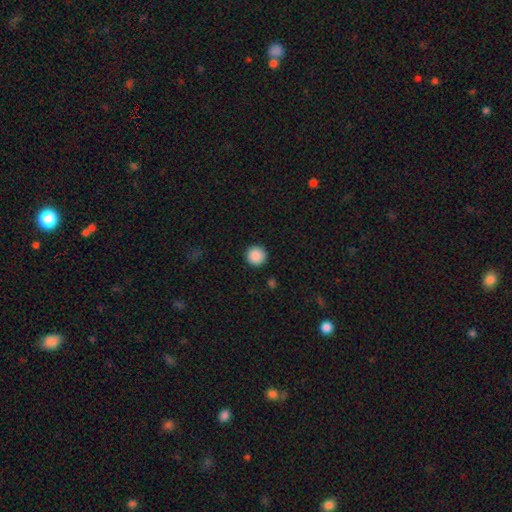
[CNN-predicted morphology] smooth-or-featured: smooth: 89% | star or artifact: 9% | featured or disk: 3%
  how-rounded: round: 97% | in between: 3% | cigar-shaped: 1%
  merging: none: 93% | minor disturbance: 5% | major disturbance: 2% | merger: 1%